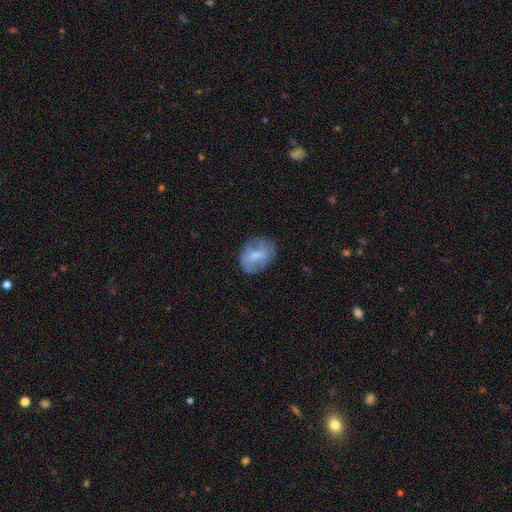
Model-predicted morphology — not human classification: Smooth or featured? smooth (54%)
How rounded? in between (61%)
Merging? none (68%)